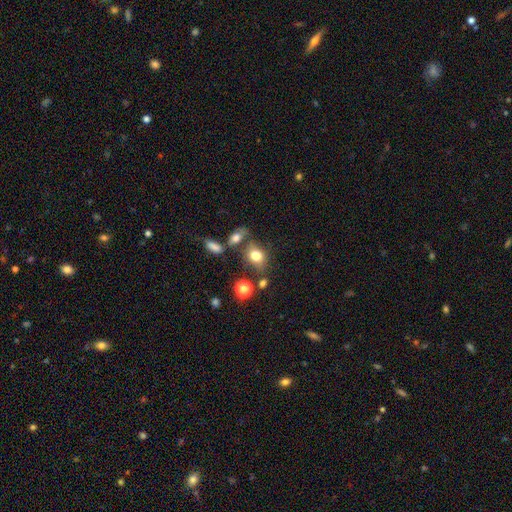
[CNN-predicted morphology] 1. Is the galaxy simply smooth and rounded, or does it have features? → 76% smooth, 12% featured or disk, 12% star or artifact.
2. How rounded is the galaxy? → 61% in between, 37% round, 2% cigar-shaped.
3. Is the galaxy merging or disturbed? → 60% none, 18% minor disturbance, 16% merger, 7% major disturbance.